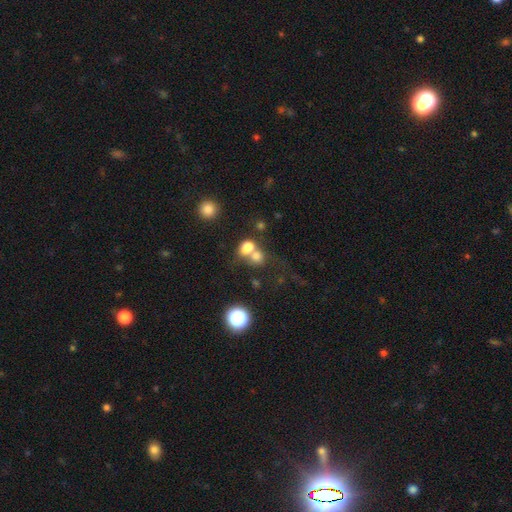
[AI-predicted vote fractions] smooth 62%, star or artifact 23%, featured or disk 14%. Down the decision tree: how rounded — round (74%); merging — merger (51%).